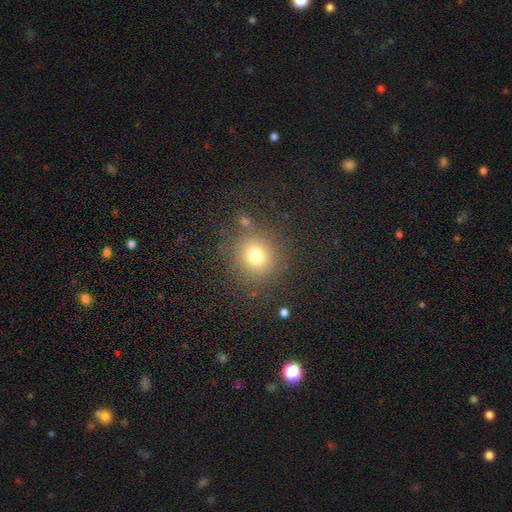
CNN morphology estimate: Smooth or featured? Predicted: smooth (p=0.74). How rounded? Predicted: round (p=0.88). Merging? Predicted: none (p=0.81).